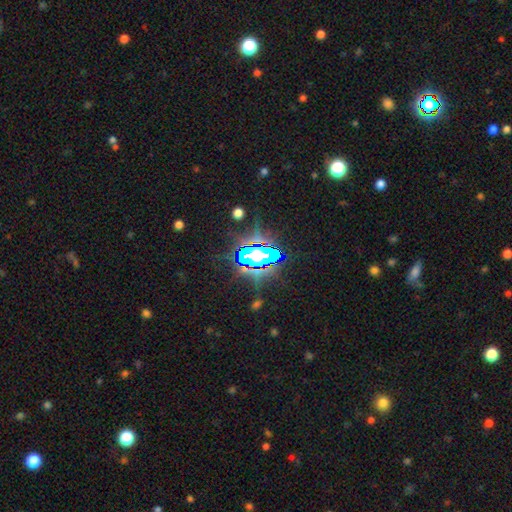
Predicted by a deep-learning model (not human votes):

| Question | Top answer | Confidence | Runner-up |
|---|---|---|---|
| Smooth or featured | star or artifact | 66% | smooth (17%) |